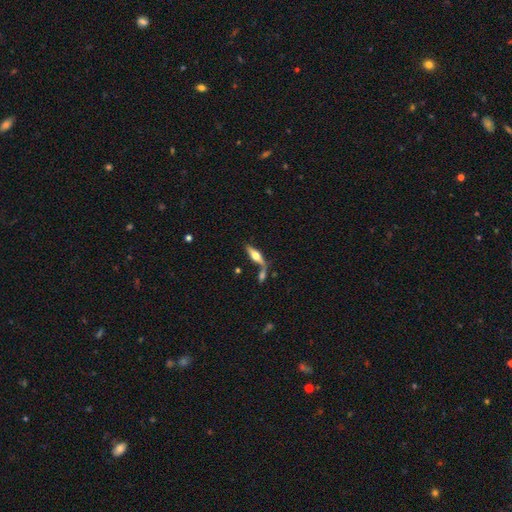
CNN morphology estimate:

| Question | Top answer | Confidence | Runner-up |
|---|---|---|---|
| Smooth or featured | featured or disk | 56% | smooth (37%) |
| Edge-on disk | yes | 92% | no (8%) |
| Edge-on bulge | rounded | 93% | boxy (4%) |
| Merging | none | 58% | merger (24%) |